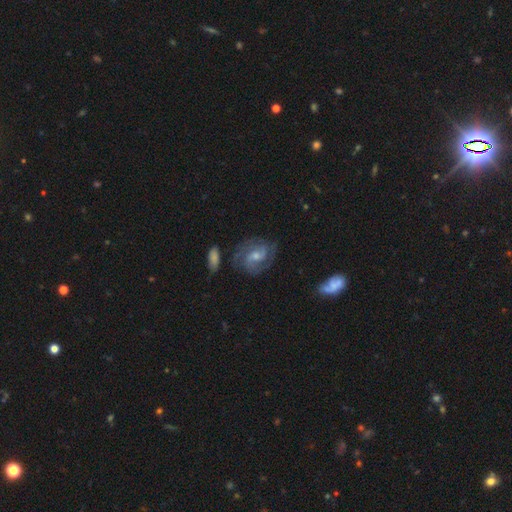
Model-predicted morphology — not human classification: Smooth or featured: featured or disk — 80% (smooth — 12%)
Edge-on disk: no — 97% (yes — 3%)
Bar: weak — 50% (no — 38%)
Spiral arms: yes — 94% (no — 6%)
Spiral winding: tight — 46% (medium — 43%)
Spiral arm count: 2 — 67% (can't tell — 15%)
Bulge size: moderate — 53% (small — 38%)
Merging: none — 75% (minor disturbance — 15%)